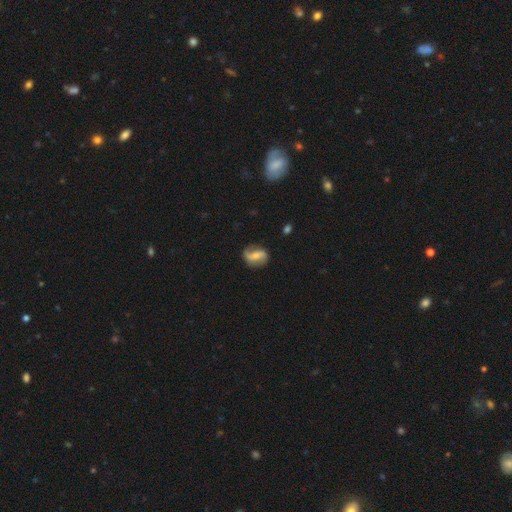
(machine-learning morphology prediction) type=featured or disk (78%); edge-on=no (97%); bar=weak (38%); spiral arms=yes (93%); winding=loose (54%); arm count=2 (89%); bulge=small (49%); merging=none (77%).